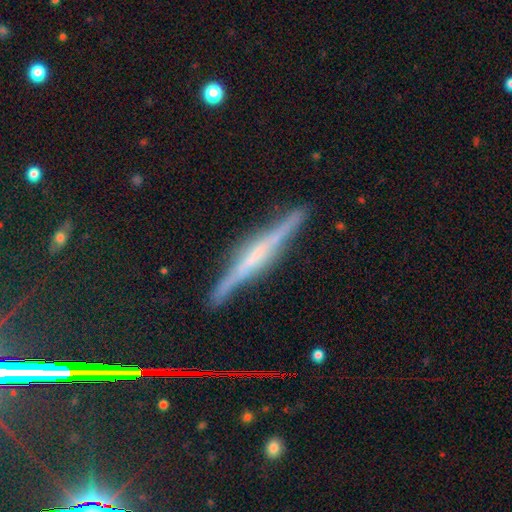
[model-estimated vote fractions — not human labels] smooth-or-featured: featured or disk: 75% | smooth: 15% | star or artifact: 10%
  disk-edge-on: yes: 97% | no: 3%
    edge-on-bulge: rounded: 37% | boxy: 34% | none: 29%
  merging: none: 87% | minor disturbance: 9% | major disturbance: 2% | merger: 1%